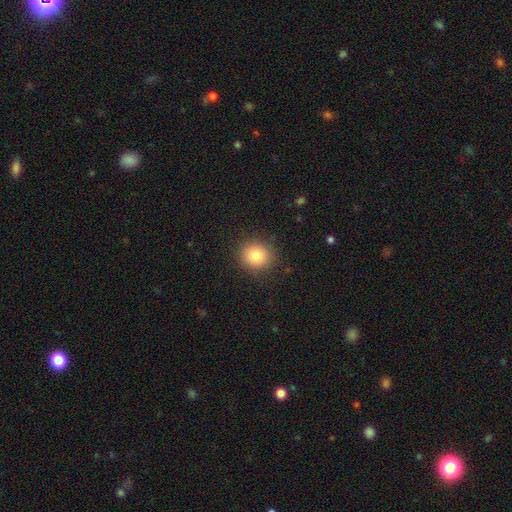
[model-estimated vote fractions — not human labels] smooth-or-featured: smooth: 82% | star or artifact: 11% | featured or disk: 7%
  how-rounded: round: 85% | in between: 14% | cigar-shaped: 1%
  merging: none: 89% | minor disturbance: 7% | major disturbance: 3% | merger: 1%